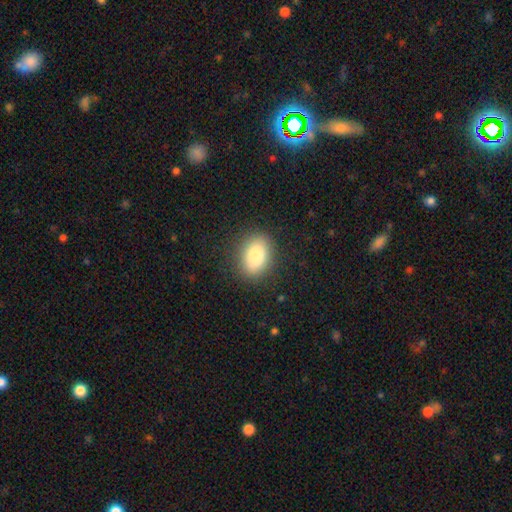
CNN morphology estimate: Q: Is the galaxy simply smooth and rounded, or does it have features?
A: smooth — 85%.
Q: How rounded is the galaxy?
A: in between — 76%.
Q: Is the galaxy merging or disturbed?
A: none — 87%.